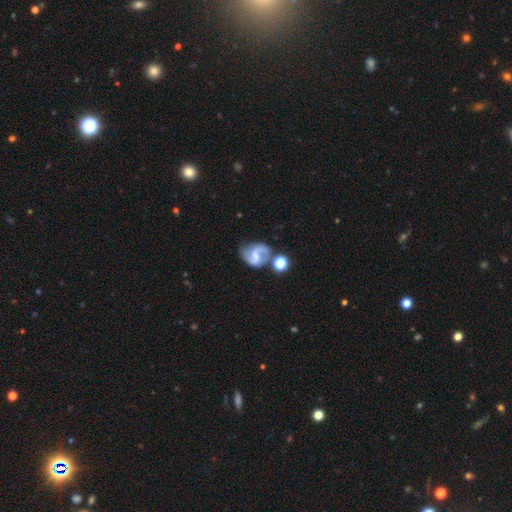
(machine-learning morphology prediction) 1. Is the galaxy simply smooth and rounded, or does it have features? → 79% featured or disk, 14% smooth, 7% star or artifact.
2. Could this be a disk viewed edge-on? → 98% no, 2% yes.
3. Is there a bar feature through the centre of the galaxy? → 51% weak, 26% strong, 23% no.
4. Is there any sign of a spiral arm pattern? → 94% yes, 6% no.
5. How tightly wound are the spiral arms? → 49% medium, 34% loose, 17% tight.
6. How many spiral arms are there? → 90% 2, 5% can't tell, 3% 1, 1% 3, 1% 4, 1% more than 4.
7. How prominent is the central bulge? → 50% small, 27% moderate, 19% none, 3% large, 1% dominant.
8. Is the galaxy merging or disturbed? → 60% none, 18% minor disturbance, 15% merger, 7% major disturbance.